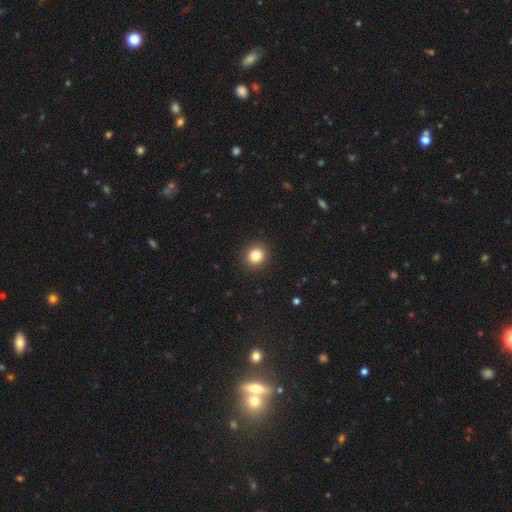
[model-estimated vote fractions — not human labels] smooth-or-featured: smooth: 84% | star or artifact: 11% | featured or disk: 5%
  how-rounded: round: 86% | in between: 13% | cigar-shaped: 1%
  merging: none: 91% | minor disturbance: 6% | major disturbance: 2% | merger: 1%